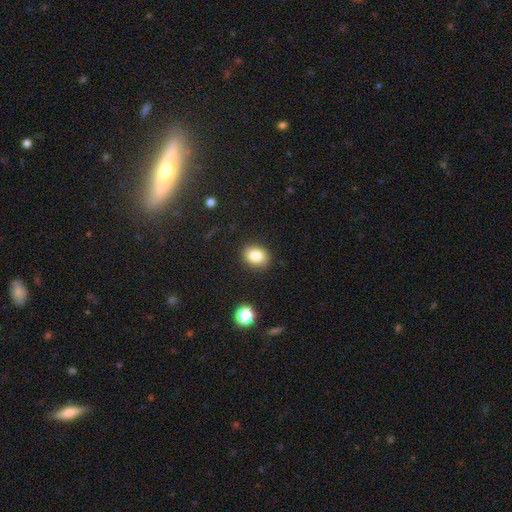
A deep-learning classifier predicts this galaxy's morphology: Q: Smooth or featured?
A: smooth (82%); runner-up: star or artifact (10%)
Q: How rounded?
A: in between (58%); runner-up: round (41%)
Q: Merging?
A: none (88%); runner-up: minor disturbance (8%)